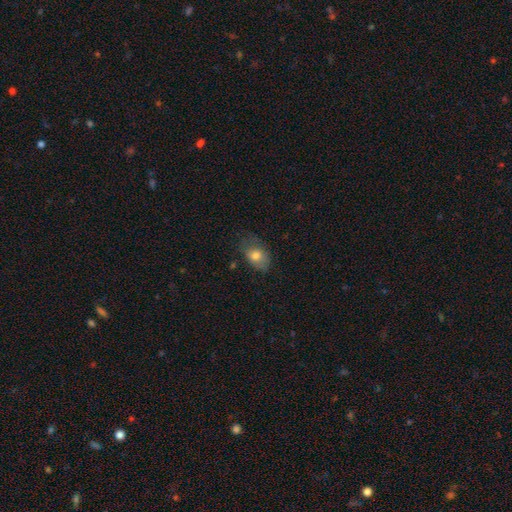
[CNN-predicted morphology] This is likely a smooth galaxy (75%). How rounded: likely in between (78%). Merging: possibly none (53%).